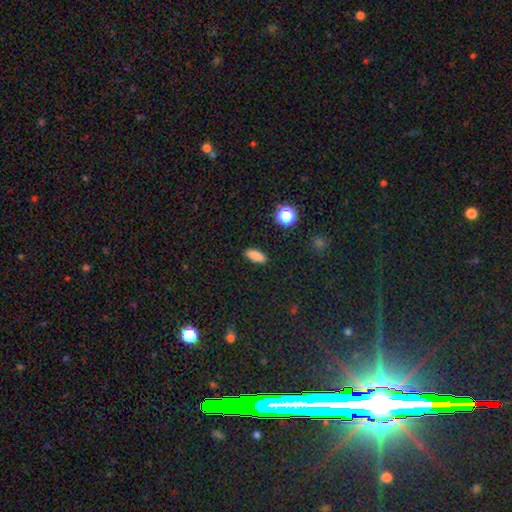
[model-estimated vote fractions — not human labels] Smooth or featured?
  - smooth: 84% *
  - star or artifact: 11%
  - featured or disk: 5%
How rounded?
  - in between: 72% *
  - cigar-shaped: 24%
  - round: 4%
Merging?
  - none: 89% *
  - minor disturbance: 8%
  - major disturbance: 2%
  - merger: 1%